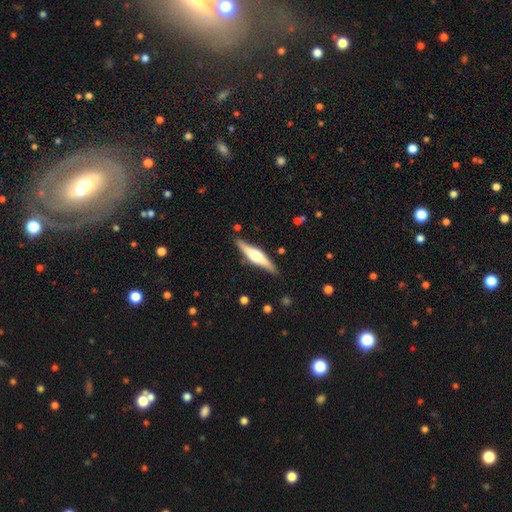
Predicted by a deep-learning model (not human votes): Overall: featured or disk (67%; smooth 28%). Edge-on disk: yes (96%). Edge-on bulge: rounded (89%). Merging: none (86%).